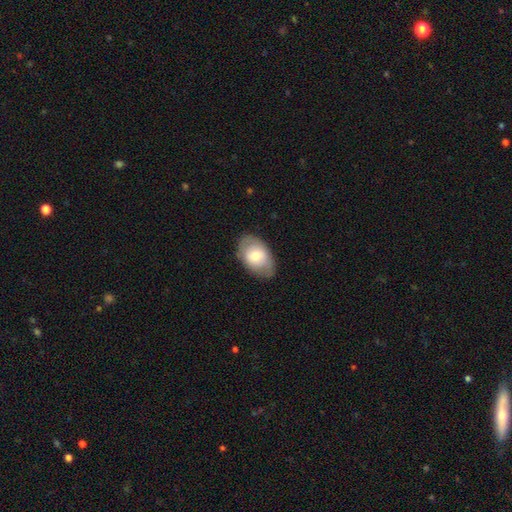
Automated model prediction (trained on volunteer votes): A smooth galaxy with no disk features (66%) that is in between round and cigar-shaped (88%). Merging: none (78%).